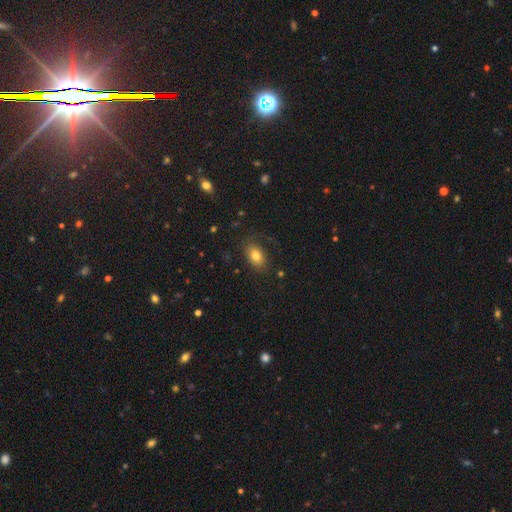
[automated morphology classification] type=smooth (76%); roundness=in between (85%); merging=none (71%).